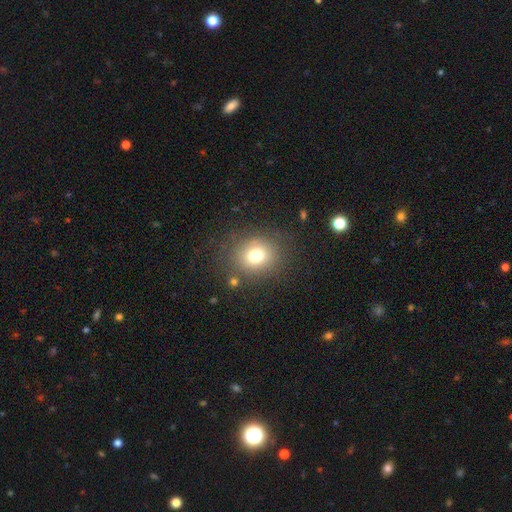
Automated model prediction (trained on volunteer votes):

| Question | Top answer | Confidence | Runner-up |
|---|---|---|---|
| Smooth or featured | smooth | 74% | star or artifact (14%) |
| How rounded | round | 74% | in between (25%) |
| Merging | none | 82% | minor disturbance (10%) |